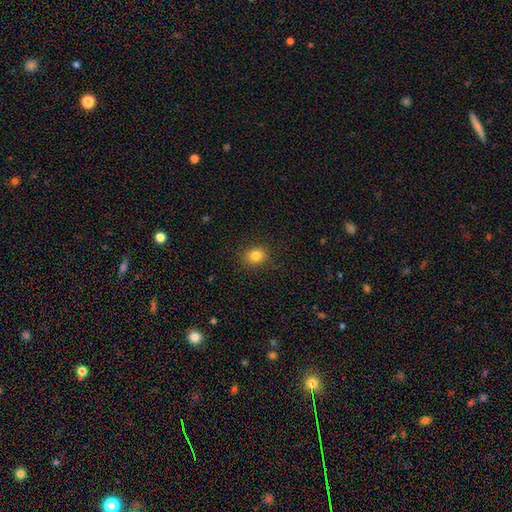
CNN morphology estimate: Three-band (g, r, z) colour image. It shows a smooth galaxy with no disk features (82%) that is round (74%). Merging: none (88%).